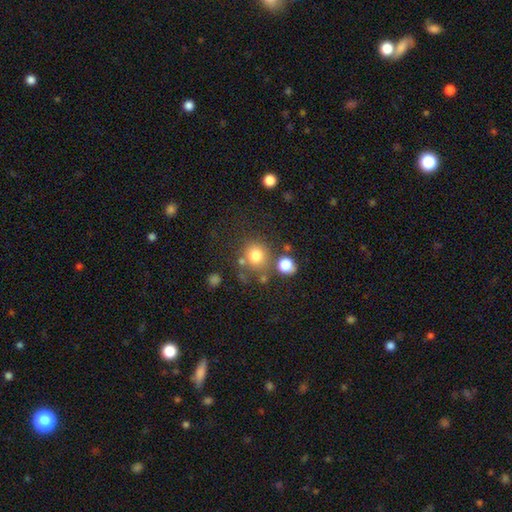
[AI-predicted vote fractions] A smooth galaxy with no disk features (78%) that is round (88%).

Vote fractions:
- Smooth or featured? smooth: 78% / star or artifact: 14% / featured or disk: 9%
- How rounded? round: 88% / in between: 11% / cigar-shaped: 1%
- Merging? none: 69% / merger: 13% / minor disturbance: 12% / major disturbance: 6%